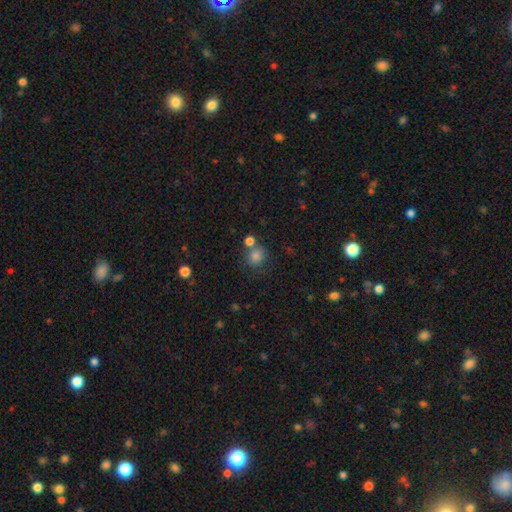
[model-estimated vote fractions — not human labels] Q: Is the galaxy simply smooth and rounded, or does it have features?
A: smooth — 78%.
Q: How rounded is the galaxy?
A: round — 81%.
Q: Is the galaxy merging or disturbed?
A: none — 64%.